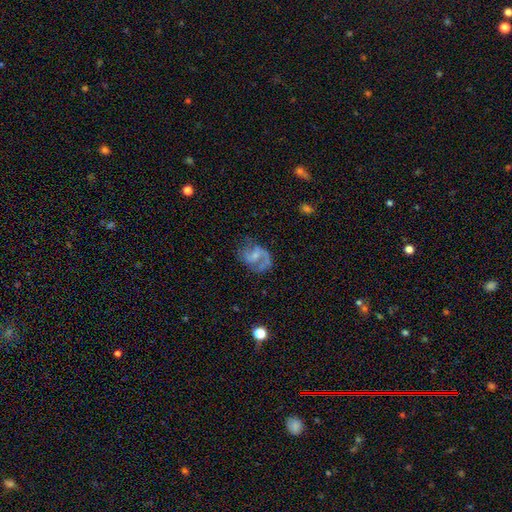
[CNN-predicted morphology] A featured or disk galaxy (74%) with a weak bar (49%), 2 (73%) medium (46%) spiral arms (87%) and a small central bulge (47%).

Vote fractions:
- Smooth or featured? featured or disk: 74% / smooth: 18% / star or artifact: 8%
- Edge-on disk? no: 98% / yes: 2%
- Bar? weak: 49% / no: 38% / strong: 13%
- Spiral arms? yes: 87% / no: 13%
- Spiral winding? medium: 46% / loose: 40% / tight: 14%
- Spiral arm count? 2: 73% / 1: 15% / can't tell: 8% / 3: 2% / 4: 1% / more than 4: 1%
- Bulge size? small: 47% / none: 25% / moderate: 25% / large: 2% / dominant: 1%
- Merging? none: 53% / major disturbance: 22% / minor disturbance: 22% / merger: 3%